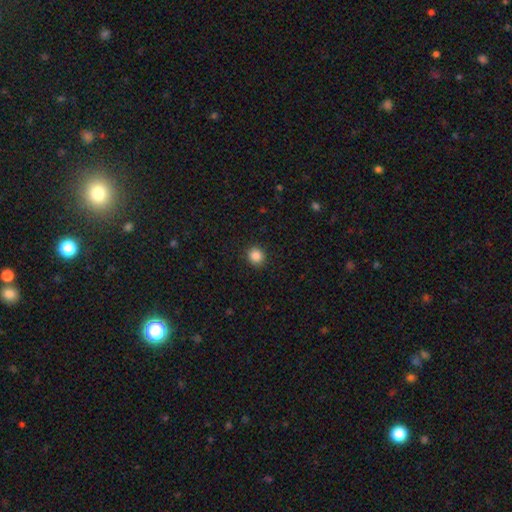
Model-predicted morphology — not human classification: Smooth or featured? Predicted: smooth (p=0.86). How rounded? Predicted: round (p=0.86). Merging? Predicted: none (p=0.92).